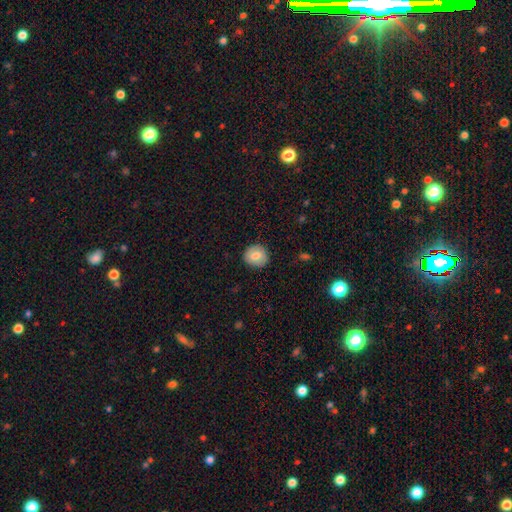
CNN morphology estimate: Smooth or featured?
  - smooth: 73% *
  - featured or disk: 19%
  - star or artifact: 8%
How rounded?
  - round: 82% *
  - in between: 17%
  - cigar-shaped: 1%
Merging?
  - none: 86% *
  - minor disturbance: 11%
  - major disturbance: 2%
  - merger: 1%